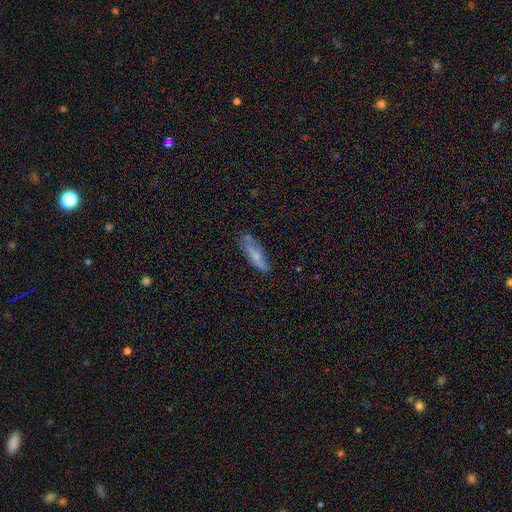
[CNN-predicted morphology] Overall: smooth (67%). How rounded: cigar-shaped (63%; in between 35%). Merging: none (64%; minor disturbance 25%).